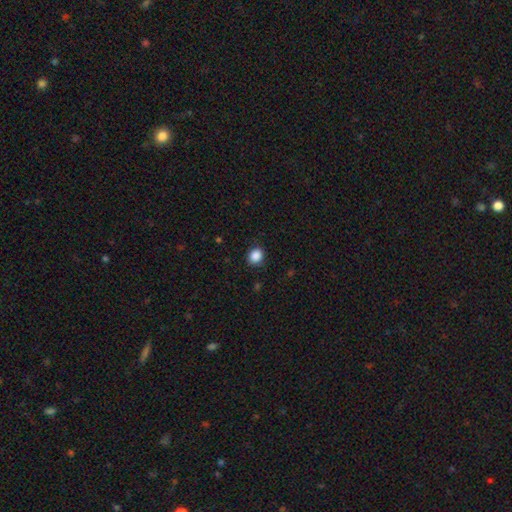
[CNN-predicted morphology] The model was most divided on "how rounded": round: 67%, in between: 32%, cigar-shaped: 1%. More confident: smooth or featured — smooth (88%); merging — none (87%).